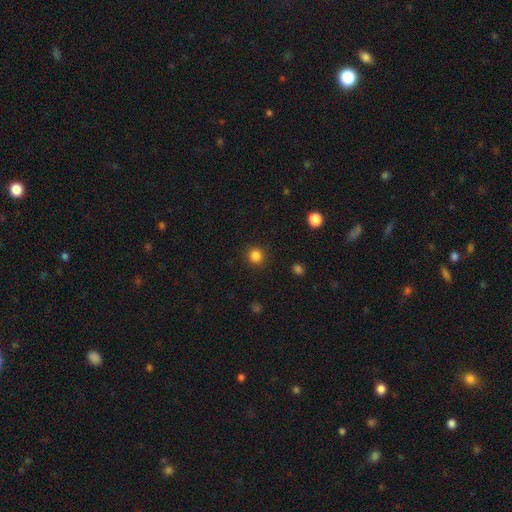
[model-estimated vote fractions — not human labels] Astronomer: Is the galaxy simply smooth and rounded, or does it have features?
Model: smooth — 84%.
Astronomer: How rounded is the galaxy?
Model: round — 94%.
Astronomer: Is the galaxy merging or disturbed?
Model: none — 91%.